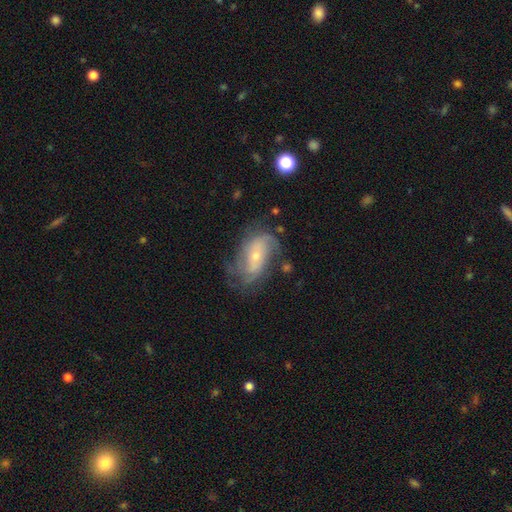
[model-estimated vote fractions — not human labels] Smooth or featured: featured or disk — 76% (smooth — 16%)
Edge-on disk: no — 95% (yes — 5%)
Bar: no — 58% (weak — 30%)
Spiral arms: yes — 89% (no — 11%)
Spiral winding: medium — 40% (tight — 33%)
Spiral arm count: 2 — 34% (tied with can't tell — 34%)
Bulge size: small — 69% (moderate — 27%)
Merging: none — 58% (minor disturbance — 22%)